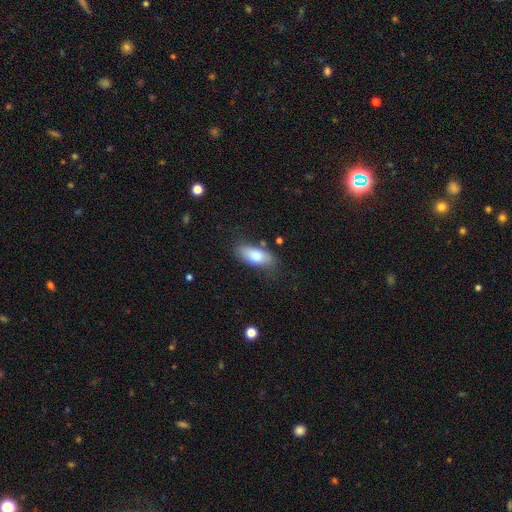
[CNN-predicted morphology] type=smooth (78%); roundness=in between (83%); merging=none (73%).